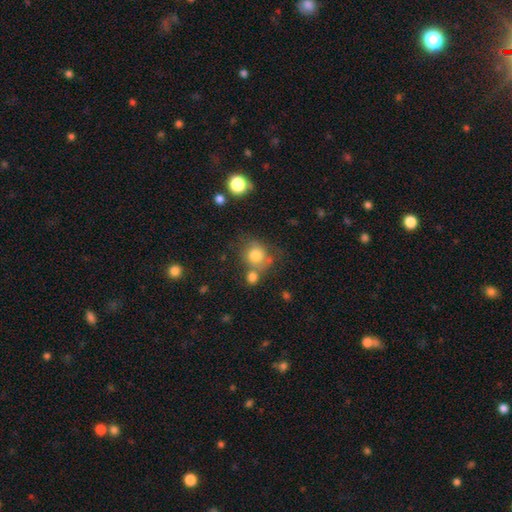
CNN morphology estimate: A smooth galaxy with no disk features (78%) that is round (79%). Merging: none (53%).